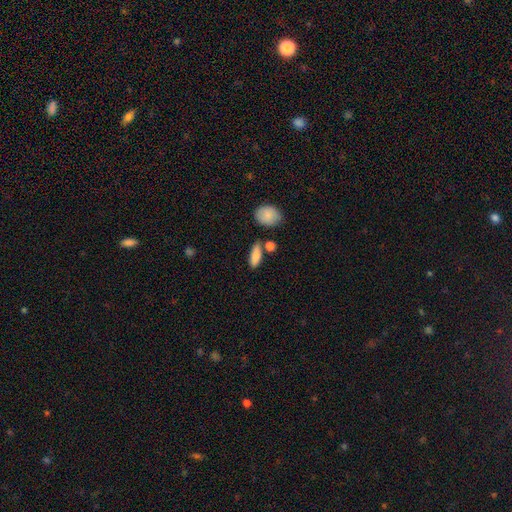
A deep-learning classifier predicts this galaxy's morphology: Smooth or featured?
  - smooth: 84% *
  - featured or disk: 9%
  - star or artifact: 7%
How rounded?
  - in between: 69% *
  - cigar-shaped: 27%
  - round: 5%
Merging?
  - none: 69% *
  - minor disturbance: 14%
  - merger: 13%
  - major disturbance: 4%